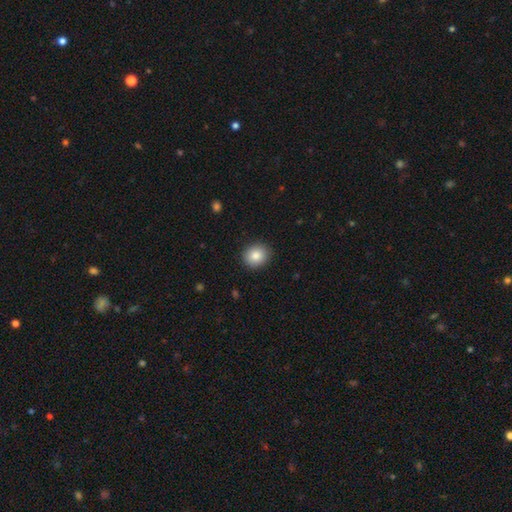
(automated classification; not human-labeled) smooth_or_featured: smooth (p=0.85) [alt: star or artifact p=0.09]
how_rounded: round (p=0.76) [alt: in between p=0.23]
merging: none (p=0.90) [alt: minor disturbance p=0.07]